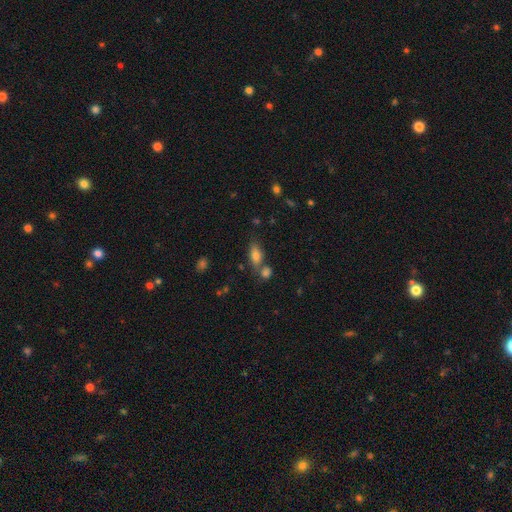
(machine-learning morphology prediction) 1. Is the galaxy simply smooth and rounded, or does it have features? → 78% smooth, 12% featured or disk, 10% star or artifact.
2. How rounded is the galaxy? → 82% in between, 12% cigar-shaped, 7% round.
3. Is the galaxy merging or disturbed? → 54% none, 27% merger, 14% minor disturbance, 5% major disturbance.